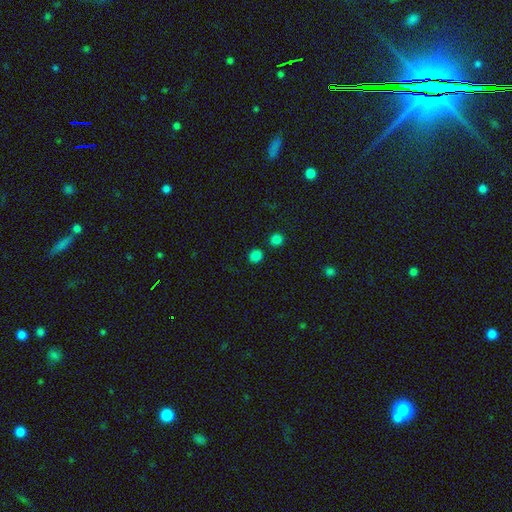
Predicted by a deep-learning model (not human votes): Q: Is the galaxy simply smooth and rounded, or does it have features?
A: smooth — 82%.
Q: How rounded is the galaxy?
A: round — 80%.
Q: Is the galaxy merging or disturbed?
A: none — 83%.